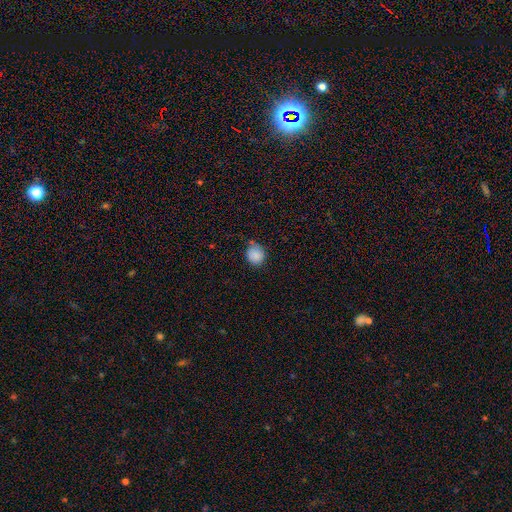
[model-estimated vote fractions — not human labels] smooth_or_featured: smooth (p=0.86) [alt: star or artifact p=0.09]
how_rounded: round (p=0.79) [alt: in between p=0.20]
merging: none (p=0.60) [alt: minor disturbance p=0.30]